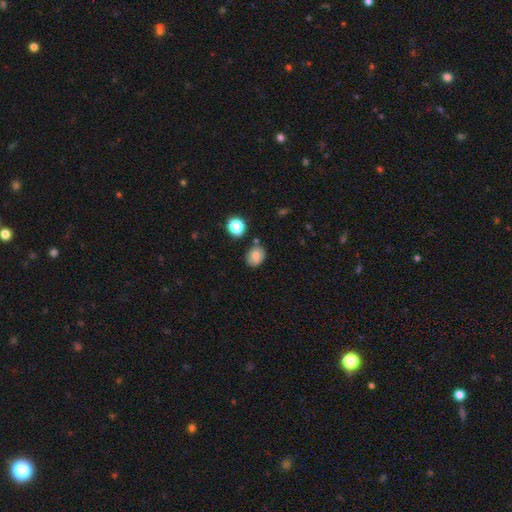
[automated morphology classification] The model was most divided on "how rounded": in between: 51%, round: 48%, cigar-shaped: 1%. More confident: merging — none (79%); smooth or featured — smooth (76%).